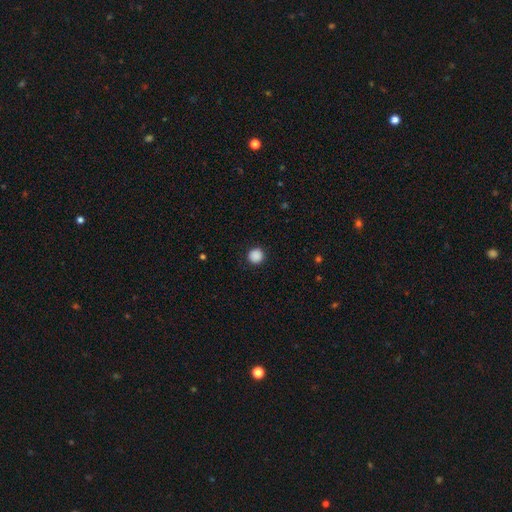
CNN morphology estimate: smooth 88%, star or artifact 9%, featured or disk 2%. Down the decision tree: how rounded — round (94%); merging — none (91%).